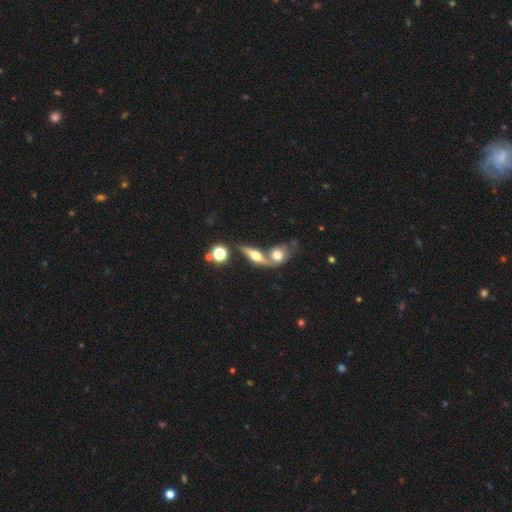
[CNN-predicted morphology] The model was most divided on "merging": none: 45%, merger: 40%, minor disturbance: 9%, major disturbance: 5%. More confident: edge-on bulge — rounded (94%); edge-on disk — yes (83%); smooth or featured — featured or disk (62%).